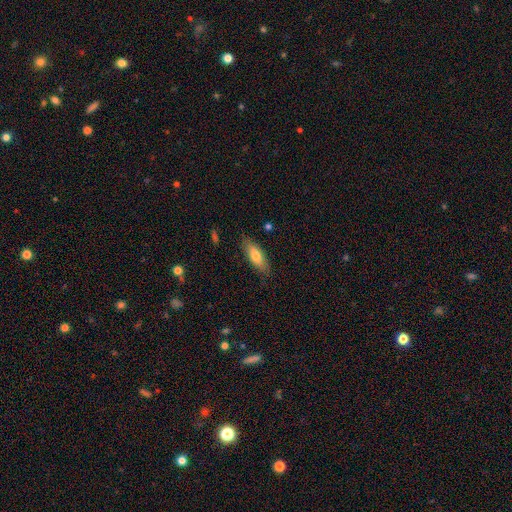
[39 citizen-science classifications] A smooth galaxy with no disk features (85%) that is in between round and cigar-shaped (67%). Merging: none (76%).